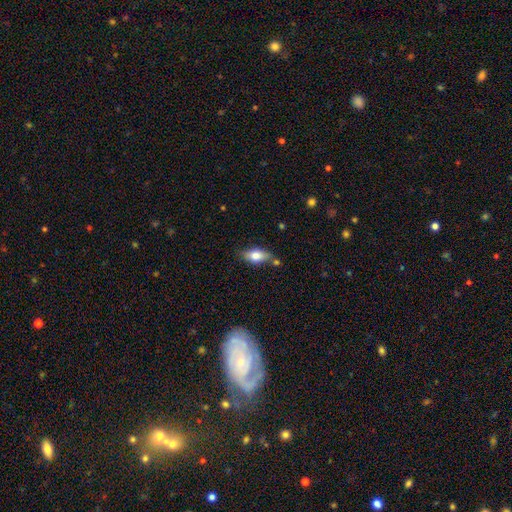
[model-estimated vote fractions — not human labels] Smooth or featured? smooth (71%)
How rounded? in between (83%)
Merging? none (67%)